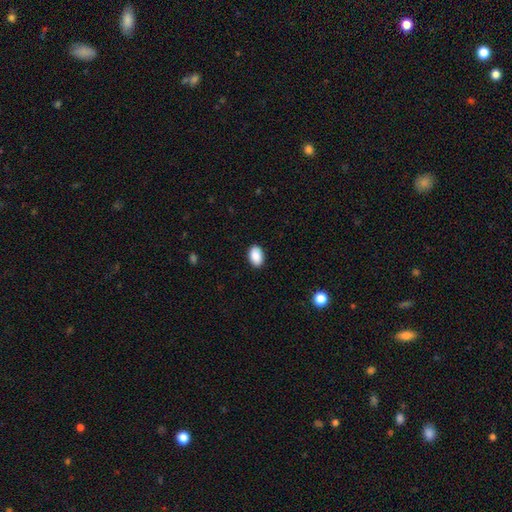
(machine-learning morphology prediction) The model was most divided on "how rounded": in between: 89%, round: 10%, cigar-shaped: 1%. More confident: smooth or featured — smooth (90%); merging — none (89%).